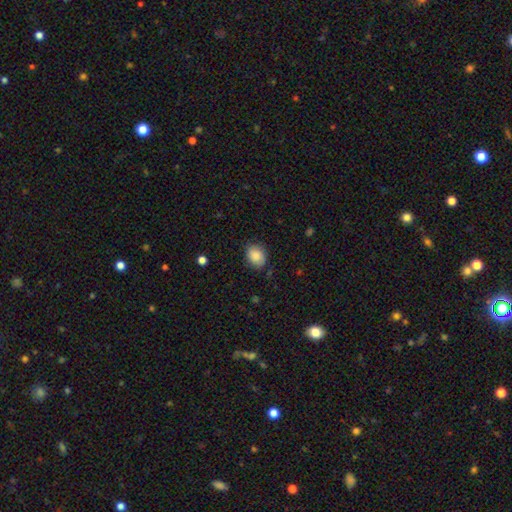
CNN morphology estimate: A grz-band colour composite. It shows a smooth galaxy with no disk features (86%) that is in between round and cigar-shaped (56%). Merging: none (81%).